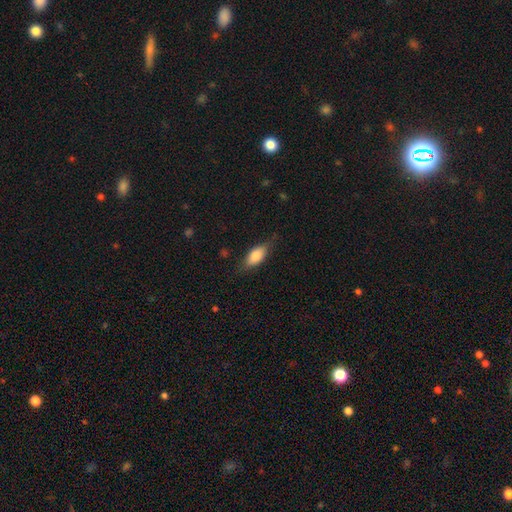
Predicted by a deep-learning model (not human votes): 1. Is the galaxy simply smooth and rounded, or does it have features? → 78% smooth, 16% featured or disk, 7% star or artifact.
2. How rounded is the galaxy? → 84% in between, 13% cigar-shaped, 4% round.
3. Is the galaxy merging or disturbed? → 72% none, 21% minor disturbance, 6% major disturbance, 1% merger.